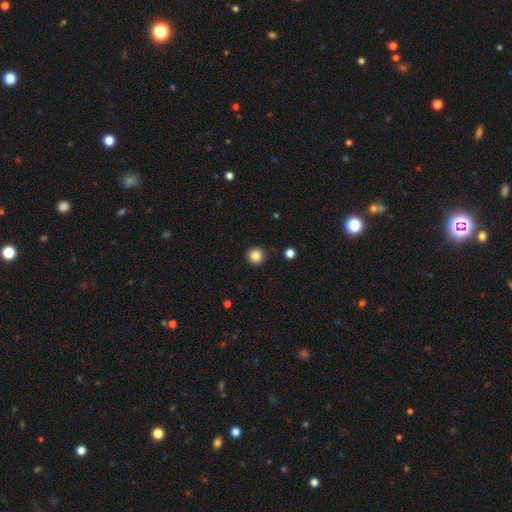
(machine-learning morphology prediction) The model was most divided on "smooth or featured": smooth: 85%, star or artifact: 11%, featured or disk: 4%. More confident: how rounded — round (96%); merging — none (92%).